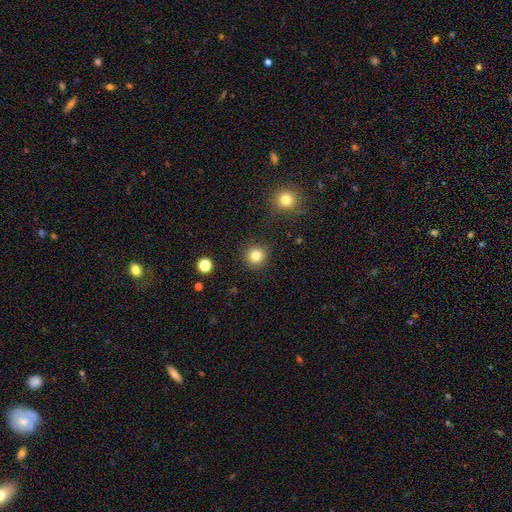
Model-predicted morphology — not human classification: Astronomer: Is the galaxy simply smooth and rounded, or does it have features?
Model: smooth — 82%.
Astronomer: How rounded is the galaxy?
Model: round — 94%.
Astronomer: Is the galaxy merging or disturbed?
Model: none — 90%.